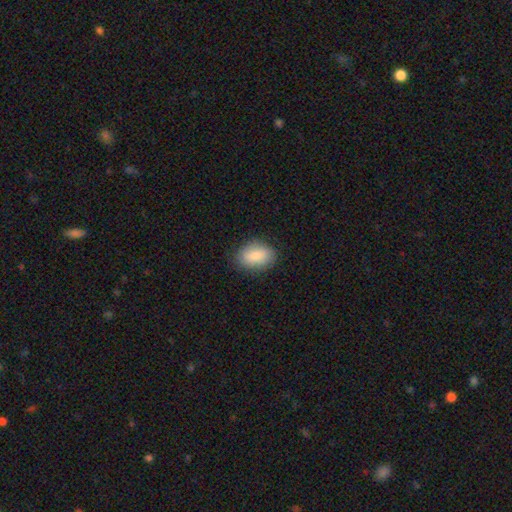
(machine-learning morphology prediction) Smooth or featured? Predicted: smooth (p=0.84). How rounded? Predicted: in between (p=0.85). Merging? Predicted: none (p=0.83).